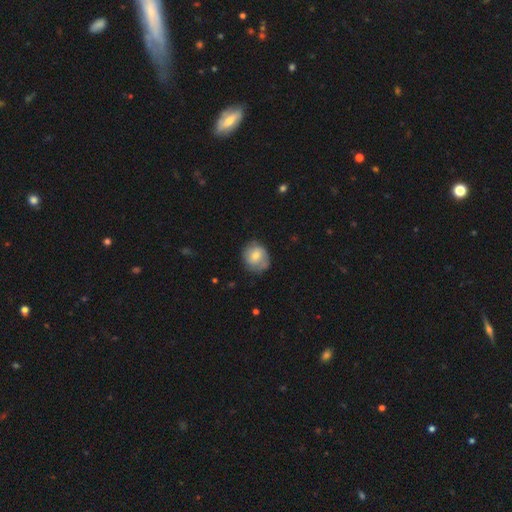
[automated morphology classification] A smooth galaxy with no disk features (63%) that is round (73%).

Vote fractions:
- Smooth or featured? smooth: 63% / featured or disk: 30% / star or artifact: 7%
- How rounded? round: 73% / in between: 26% / cigar-shaped: 1%
- Merging? none: 67% / minor disturbance: 24% / major disturbance: 7% / merger: 2%